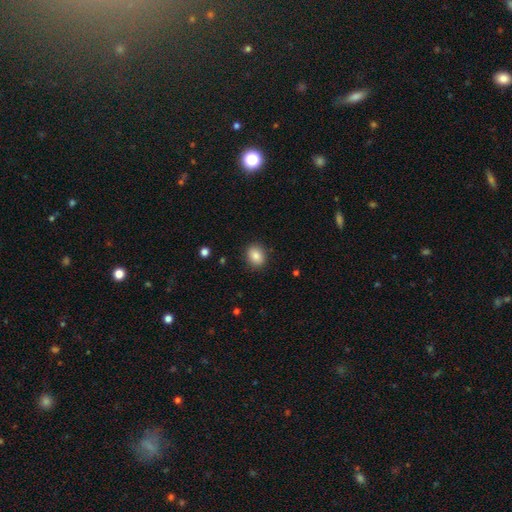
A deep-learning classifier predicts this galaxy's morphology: Smooth or featured? Predicted: smooth (p=0.86). How rounded? Predicted: round (p=0.50). Merging? Predicted: none (p=0.88).